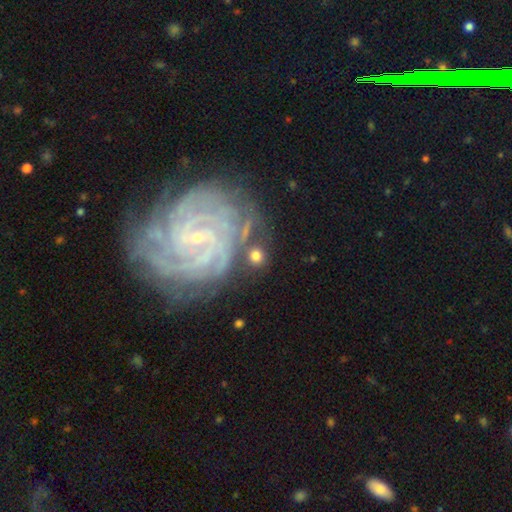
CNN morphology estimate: A smooth galaxy with no disk features (59%) that is round (81%).

Vote fractions:
- Smooth or featured? smooth: 59% / featured or disk: 31% / star or artifact: 10%
- How rounded? round: 81% / in between: 18% / cigar-shaped: 2%
- Merging? none: 74% / minor disturbance: 12% / merger: 8% / major disturbance: 6%